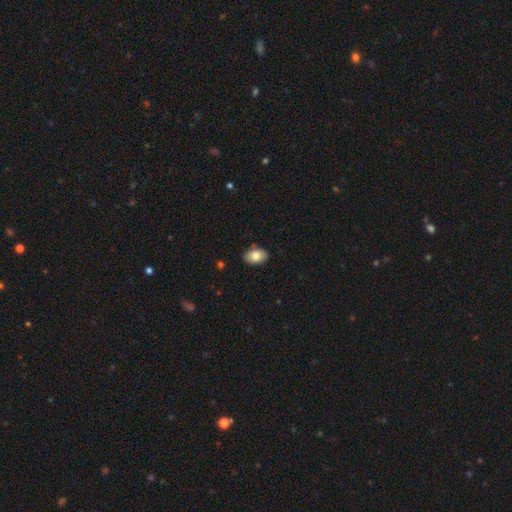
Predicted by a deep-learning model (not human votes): A smooth galaxy with no disk features (81%) that is in between round and cigar-shaped (87%).

Vote fractions:
- Smooth or featured? smooth: 81% / featured or disk: 12% / star or artifact: 7%
- How rounded? in between: 87% / round: 12% / cigar-shaped: 1%
- Merging? none: 87% / minor disturbance: 10% / major disturbance: 2% / merger: 1%